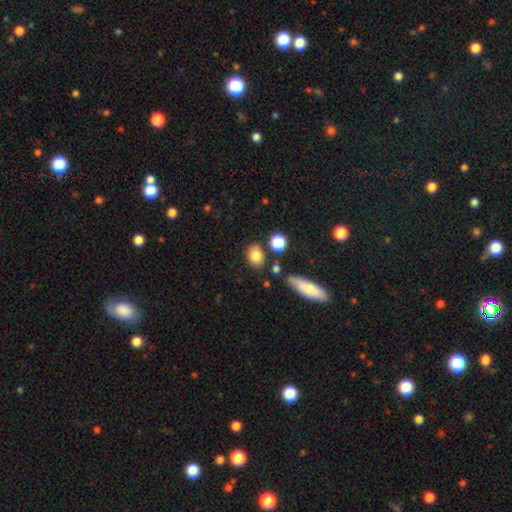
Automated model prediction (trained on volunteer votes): The model was most divided on "how rounded": in between: 63%, round: 34%, cigar-shaped: 3%. More confident: smooth or featured — smooth (82%); merging — none (76%).